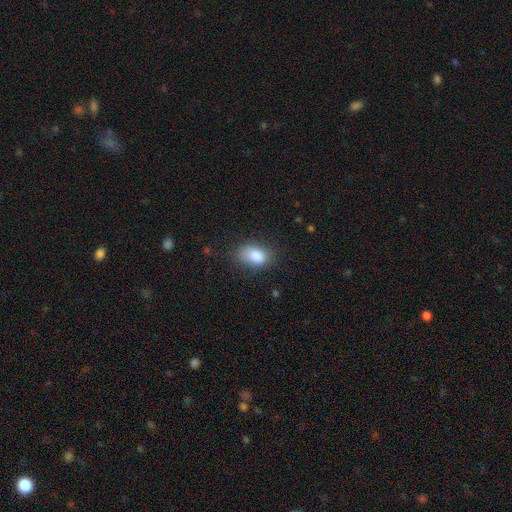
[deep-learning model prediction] A smooth galaxy with no disk features (85%) that is in between round and cigar-shaped (87%).

Vote fractions:
- Smooth or featured? smooth: 85% / star or artifact: 8% / featured or disk: 7%
- How rounded? in between: 87% / round: 12% / cigar-shaped: 2%
- Merging? none: 66% / minor disturbance: 24% / major disturbance: 8% / merger: 2%